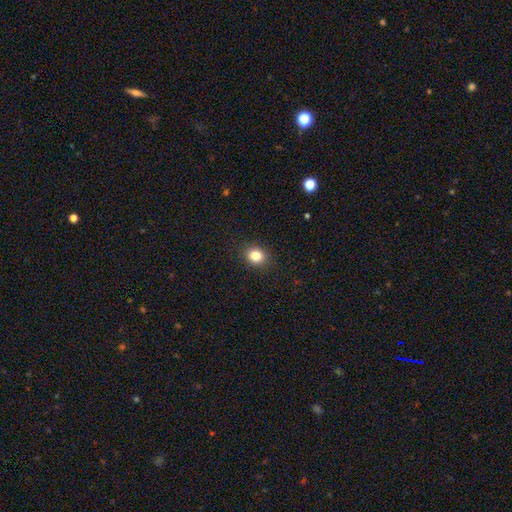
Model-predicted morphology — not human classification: This is clearly a smooth galaxy (84%). How rounded: likely round (63%). Merging: clearly none (89%).